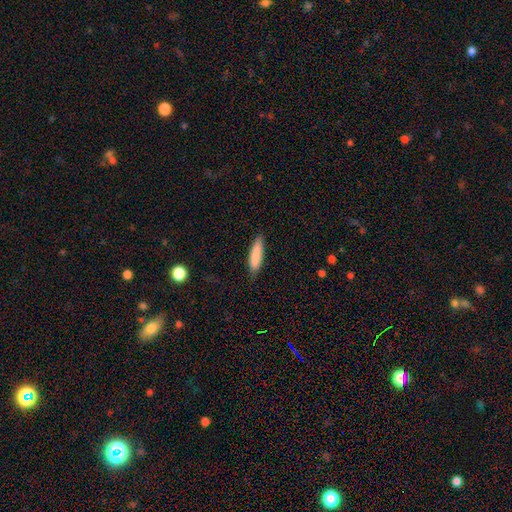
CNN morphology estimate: Q: Smooth or featured?
A: smooth (86%); runner-up: featured or disk (8%)
Q: How rounded?
A: cigar-shaped (69%); runner-up: in between (29%)
Q: Merging?
A: none (83%); runner-up: minor disturbance (14%)